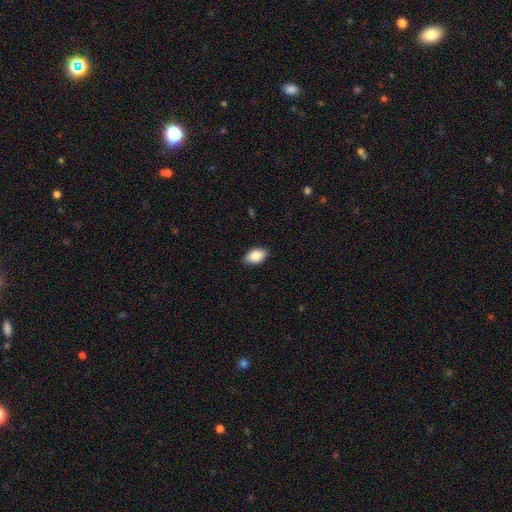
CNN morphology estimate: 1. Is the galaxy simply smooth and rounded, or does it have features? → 88% smooth, 7% star or artifact, 6% featured or disk.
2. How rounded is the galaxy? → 93% in between, 5% round, 2% cigar-shaped.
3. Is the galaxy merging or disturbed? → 88% none, 9% minor disturbance, 2% major disturbance, 1% merger.